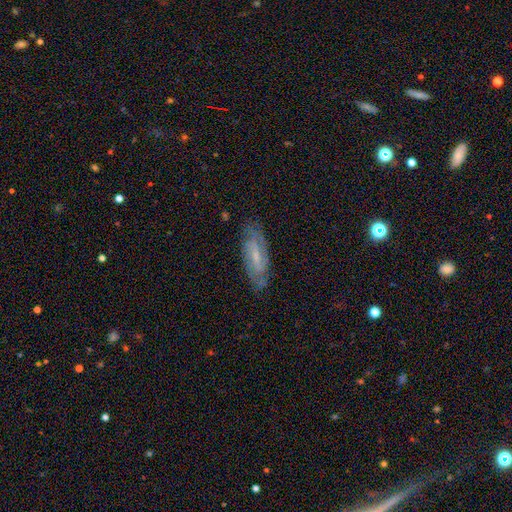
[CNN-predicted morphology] Smooth or featured? featured or disk (75%)
Edge-on disk? no (87%)
Bar? weak (53%)
Spiral arms? yes (92%)
Spiral winding? tight (44%)
Spiral arm count? 2 (66%)
Bulge size? small (59%)
Merging? none (80%)